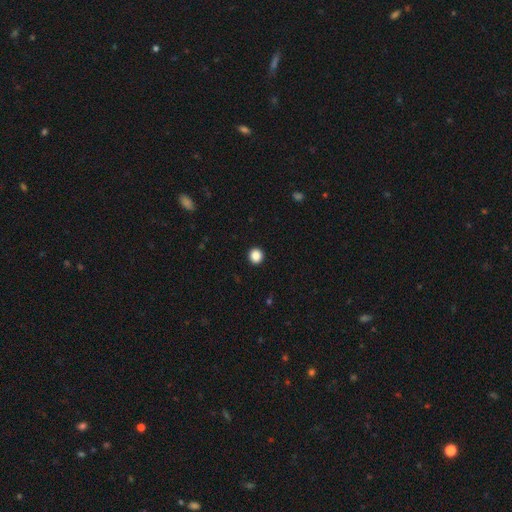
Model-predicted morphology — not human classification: smooth_or_featured: smooth (p=0.87) [alt: star or artifact p=0.10]
how_rounded: round (p=0.92) [alt: in between p=0.07]
merging: none (p=0.94) [alt: minor disturbance p=0.04]